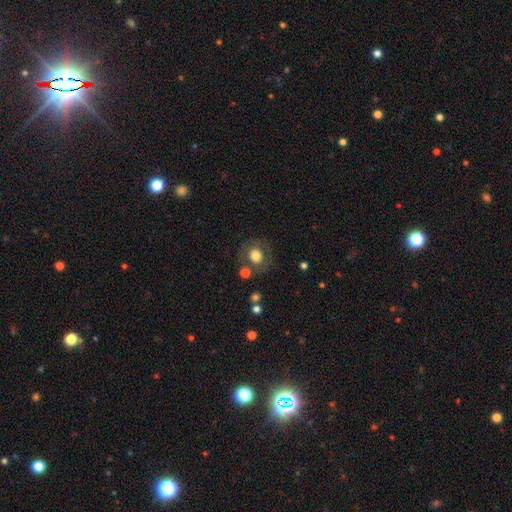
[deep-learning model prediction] Smooth or featured: smooth — 66% (featured or disk — 24%)
How rounded: round — 82% (in between — 18%)
Merging: none — 75% (minor disturbance — 12%)